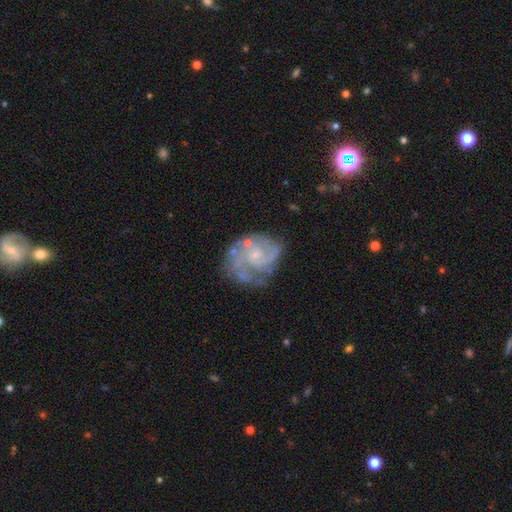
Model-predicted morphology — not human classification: Q: Smooth or featured?
A: featured or disk (85%); runner-up: smooth (9%)
Q: Edge-on disk?
A: no (98%); runner-up: yes (2%)
Q: Bar?
A: no (68%); runner-up: weak (28%)
Q: Spiral arms?
A: yes (94%); runner-up: no (6%)
Q: Spiral winding?
A: tight (46%); runner-up: medium (42%)
Q: Spiral arm count?
A: 2 (38%); runner-up: 3 (26%)
Q: Bulge size?
A: small (66%); runner-up: moderate (19%)
Q: Merging?
A: none (63%); runner-up: minor disturbance (21%)